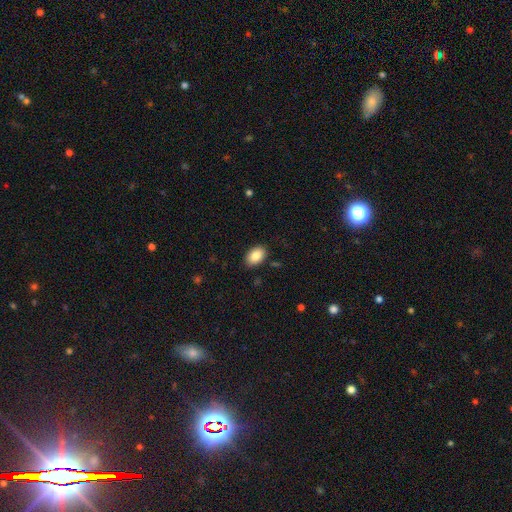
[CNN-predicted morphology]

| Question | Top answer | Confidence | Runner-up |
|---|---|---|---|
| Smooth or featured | smooth | 86% | star or artifact (7%) |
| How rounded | in between | 88% | round (11%) |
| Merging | none | 88% | minor disturbance (9%) |